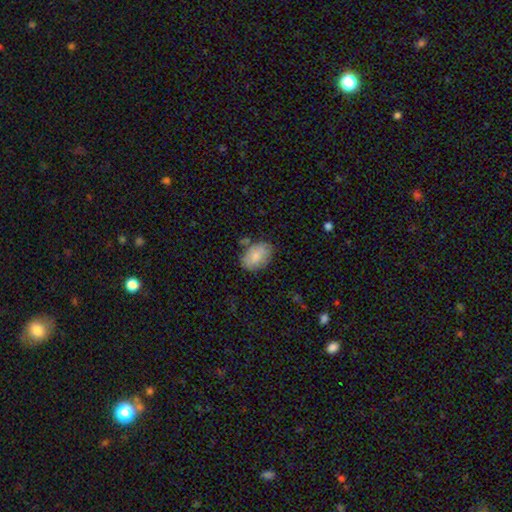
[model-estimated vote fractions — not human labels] A smooth galaxy with no disk features (81%) that is in between round and cigar-shaped (87%). Merging: none (68%).